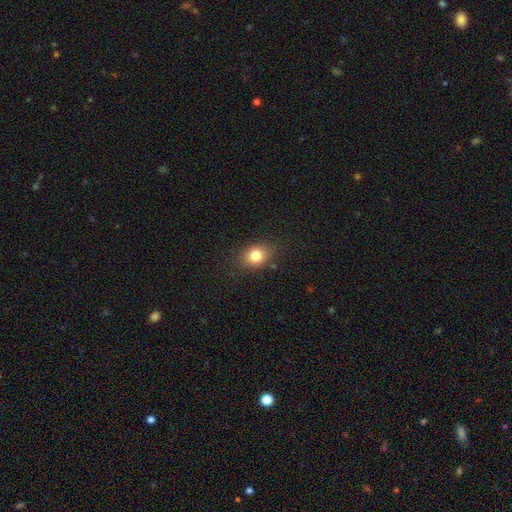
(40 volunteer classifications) smooth 80%, star or artifact 12%, featured or disk 8%. Down the decision tree: how rounded — round (50%, tied with in between); merging — none (94%).